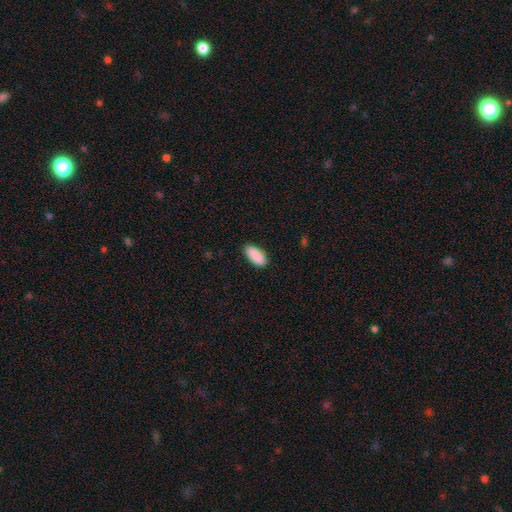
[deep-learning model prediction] Smooth or featured: smooth — 91% (star or artifact — 6%)
How rounded: in between — 90% (cigar-shaped — 8%)
Merging: none — 87% (minor disturbance — 10%)